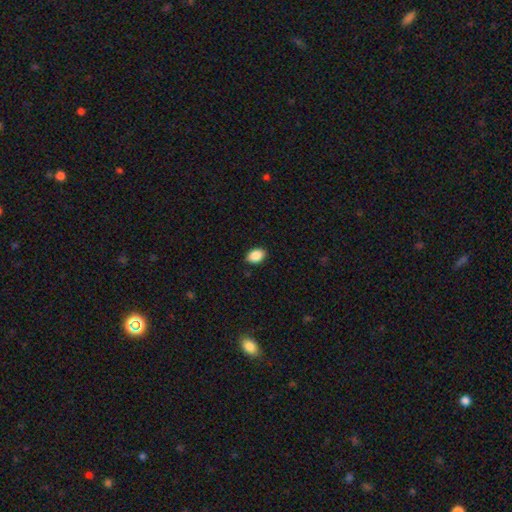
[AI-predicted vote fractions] A smooth galaxy with no disk features (89%) that is in between round and cigar-shaped (83%). Merging: none (88%).